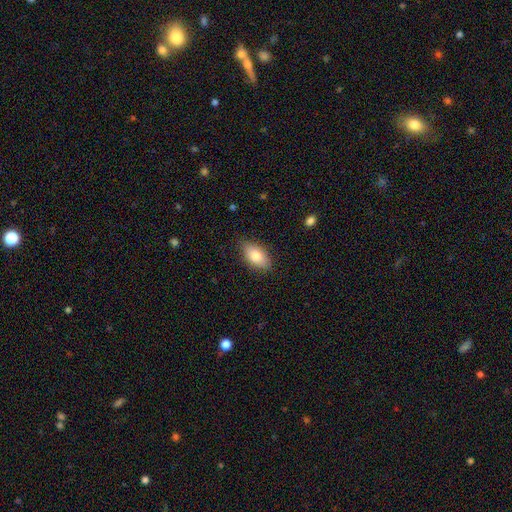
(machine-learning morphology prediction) A smooth galaxy with no disk features (80%) that is in between round and cigar-shaped (91%). Merging: none (84%).